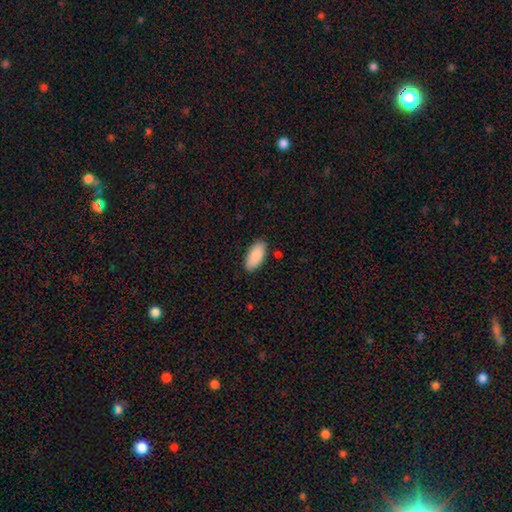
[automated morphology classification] Overall: smooth (89%). How rounded: in between (91%). Merging: none (86%).